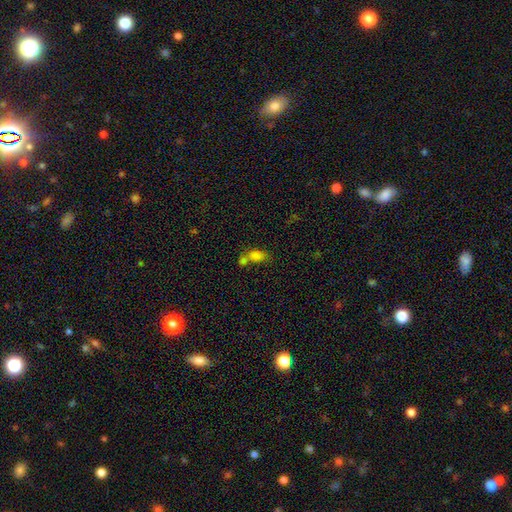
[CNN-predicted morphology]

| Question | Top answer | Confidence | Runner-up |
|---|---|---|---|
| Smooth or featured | smooth | 78% | star or artifact (13%) |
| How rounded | in between | 83% | round (13%) |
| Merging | merger | 57% | none (28%) |